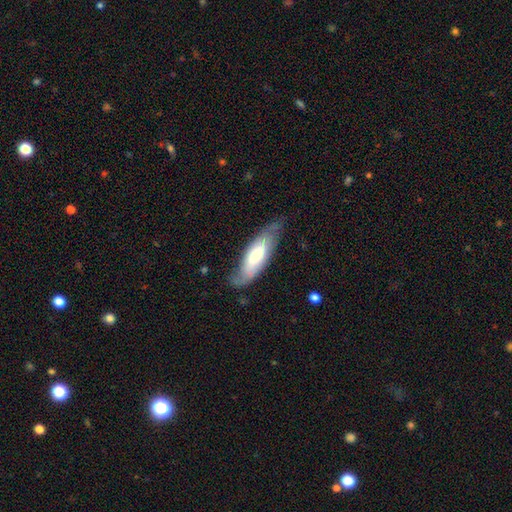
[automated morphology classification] A smooth galaxy with no disk features (50%).

Vote fractions:
- Smooth or featured? smooth: 50% / featured or disk: 45% / star or artifact: 6%
- Merging? none: 62% / minor disturbance: 27% / major disturbance: 9% / merger: 2%